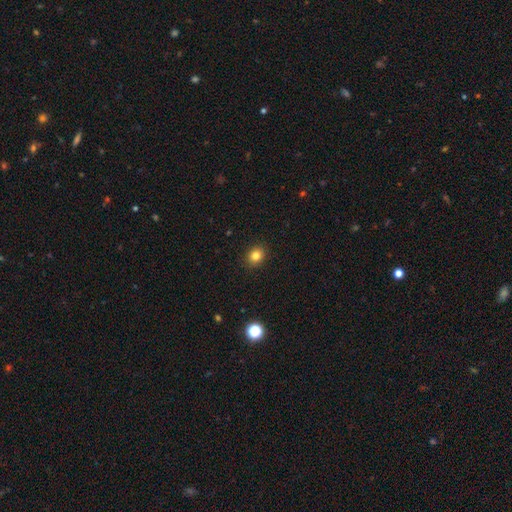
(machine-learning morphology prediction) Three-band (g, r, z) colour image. It shows a smooth galaxy with no disk features (82%) that is round (68%). Merging: none (91%).